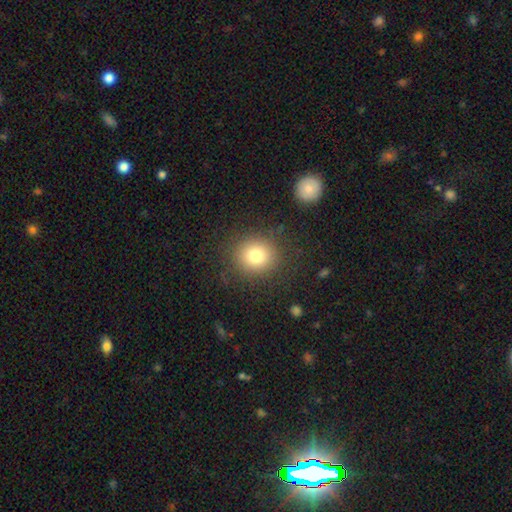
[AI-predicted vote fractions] Smooth or featured?
  - smooth: 78% *
  - star or artifact: 13%
  - featured or disk: 9%
How rounded?
  - round: 87% *
  - in between: 12%
  - cigar-shaped: 1%
Merging?
  - none: 88% *
  - minor disturbance: 8%
  - major disturbance: 4%
  - merger: 1%